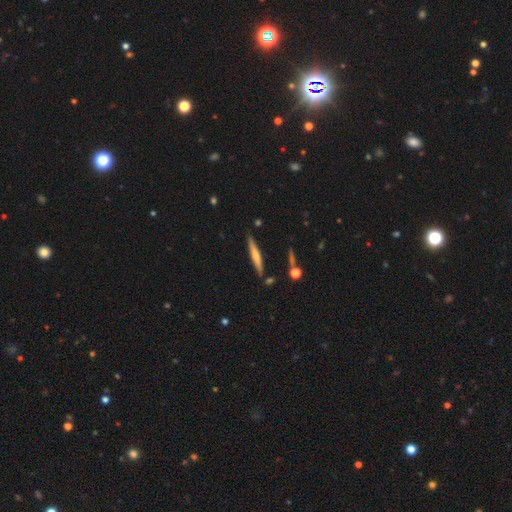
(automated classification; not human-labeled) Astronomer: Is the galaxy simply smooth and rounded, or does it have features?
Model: featured or disk — 51% (runner-up: smooth, 42%).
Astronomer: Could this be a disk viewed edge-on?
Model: yes — 96%.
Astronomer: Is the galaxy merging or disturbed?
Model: none — 87%.